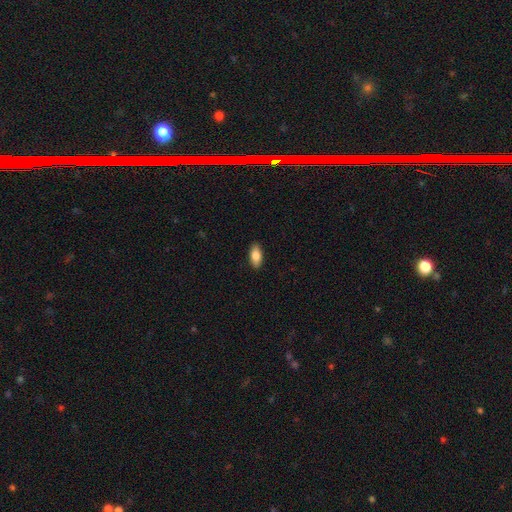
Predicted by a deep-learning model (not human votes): The model was most divided on "smooth or featured": smooth: 84%, featured or disk: 9%, star or artifact: 6%. More confident: merging — none (89%); how rounded — in between (89%).